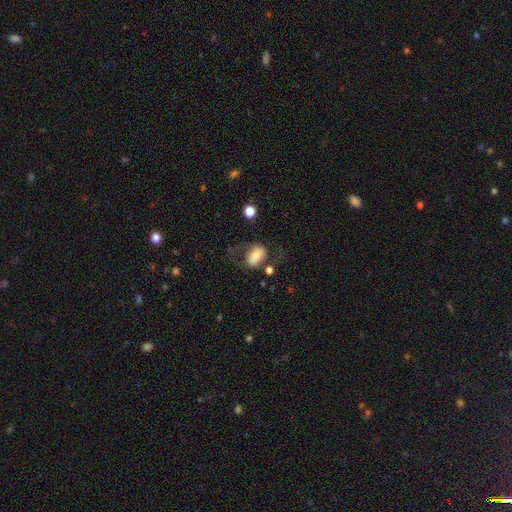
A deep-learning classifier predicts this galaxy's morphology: Smooth or featured? smooth (59%)
How rounded? in between (78%)
Merging? none (50%)